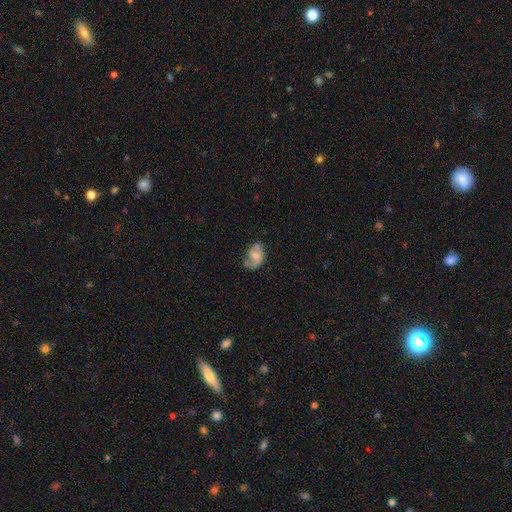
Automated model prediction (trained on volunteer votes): This is likely a featured or disk galaxy (69%). It is clearly not viewed edge-on (97%). Bar: possibly no (56%). Spiral arm pattern: clearly yes (91%). Spiral arm count: likely 2 (74%). Spiral winding: possibly medium (48%). Central bulge: marginally small (39%). Merging: possibly none (58%).